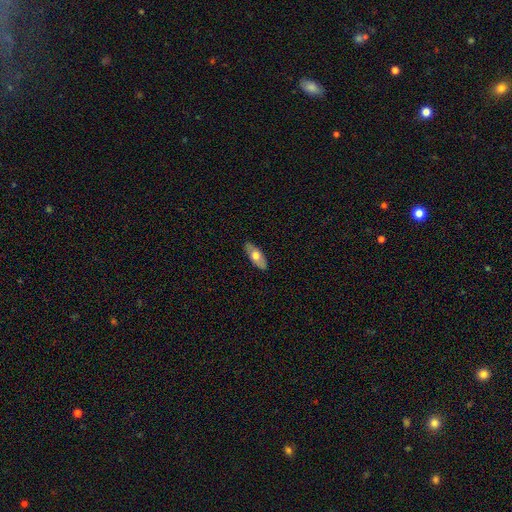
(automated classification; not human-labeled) Overall: smooth (63%; featured or disk 31%). How rounded: in between (80%). Merging: none (87%).